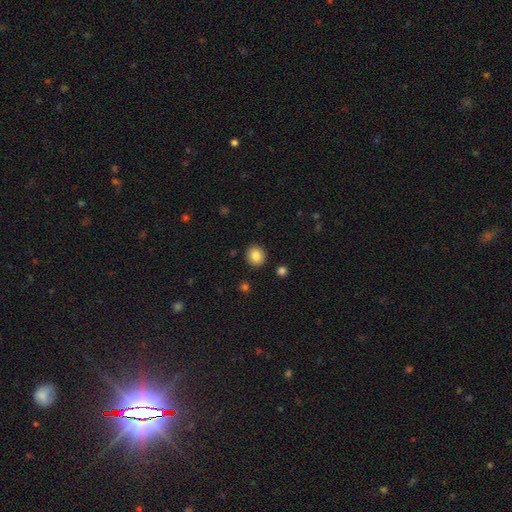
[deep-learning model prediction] smooth_or_featured: smooth (p=0.84) [alt: star or artifact p=0.09]
how_rounded: round (p=0.83) [alt: in between p=0.16]
merging: none (p=0.90) [alt: minor disturbance p=0.06]